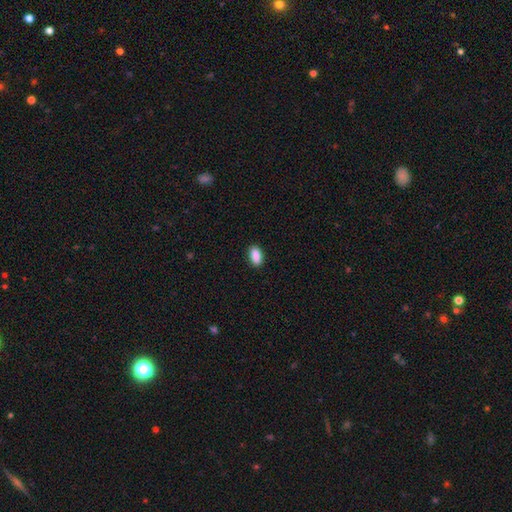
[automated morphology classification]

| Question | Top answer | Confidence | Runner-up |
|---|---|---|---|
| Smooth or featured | smooth | 90% | star or artifact (7%) |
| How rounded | in between | 91% | cigar-shaped (5%) |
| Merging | none | 90% | minor disturbance (8%) |